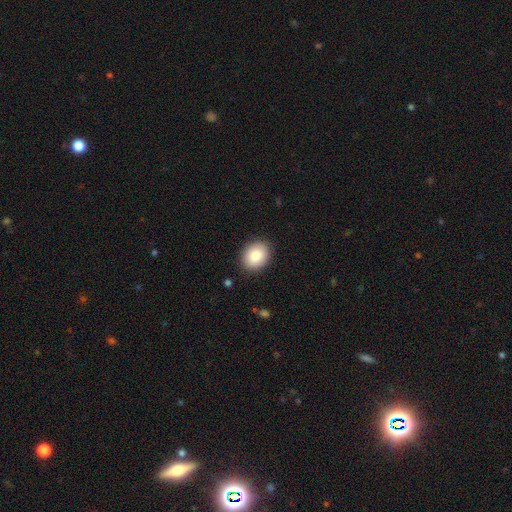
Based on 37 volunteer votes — Volunteers were most divided on "how rounded": round: 57%, in between: 43%, cigar-shaped: 0%. More confident: merging — none (97%); smooth or featured — smooth (95%).